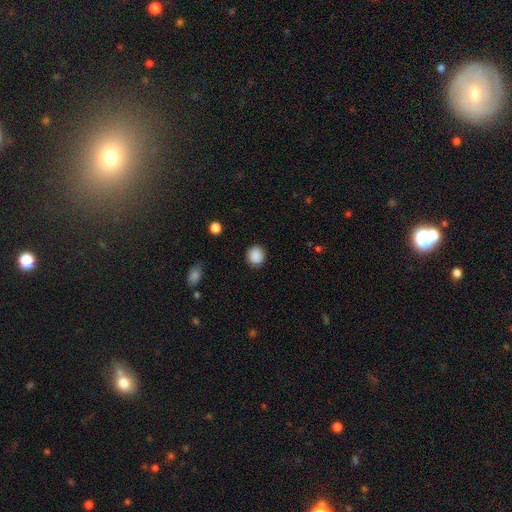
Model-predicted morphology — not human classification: The model was most divided on "how rounded": round: 83%, in between: 16%, cigar-shaped: 1%. More confident: smooth or featured — smooth (89%); merging — none (89%).